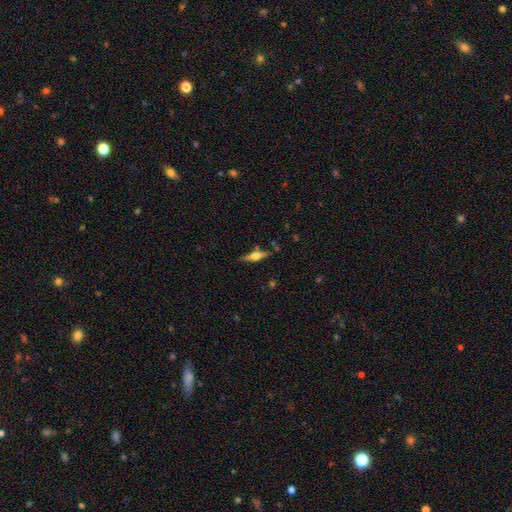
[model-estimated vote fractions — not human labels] Smooth or featured? featured or disk (68%)
Edge-on disk? yes (97%)
Edge-on bulge? rounded (91%)
Merging? none (83%)